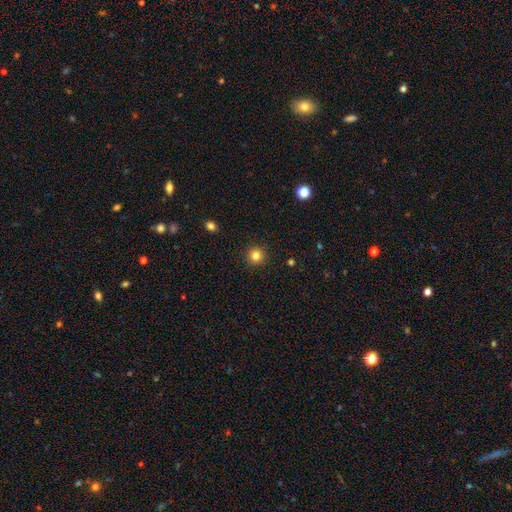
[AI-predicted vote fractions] smooth-or-featured: smooth: 83% | star or artifact: 12% | featured or disk: 5%
  how-rounded: round: 96% | in between: 4% | cigar-shaped: 1%
  merging: none: 93% | minor disturbance: 5% | major disturbance: 2% | merger: 1%